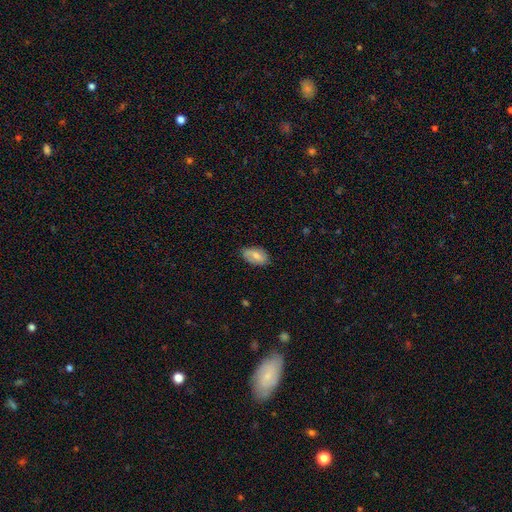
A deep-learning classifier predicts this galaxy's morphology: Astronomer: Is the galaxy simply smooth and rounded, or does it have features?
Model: smooth — 66%.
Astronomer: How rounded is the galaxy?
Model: in between — 92%.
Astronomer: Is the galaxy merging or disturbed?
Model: none — 79%.